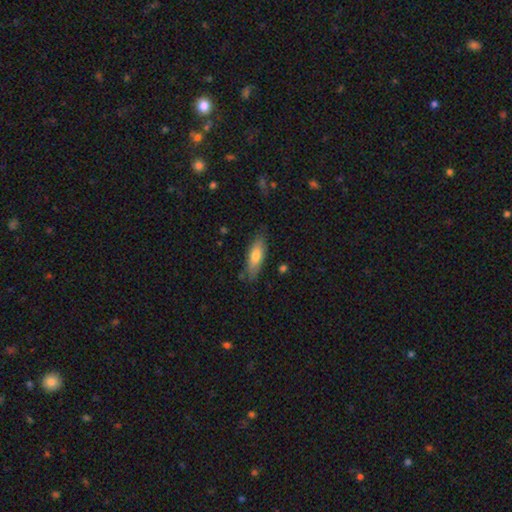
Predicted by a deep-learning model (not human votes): A smooth galaxy with no disk features (73%) that is in between round and cigar-shaped (57%). Merging: none (79%).